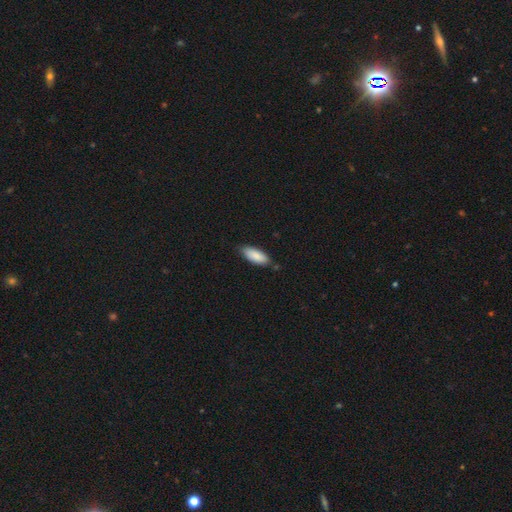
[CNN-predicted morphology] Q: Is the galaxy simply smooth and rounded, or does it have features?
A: smooth — 88%.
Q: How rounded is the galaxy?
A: in between — 78%.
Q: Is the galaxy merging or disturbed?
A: none — 78%.